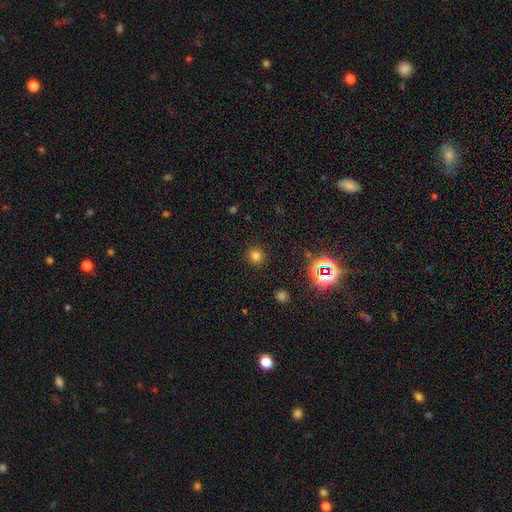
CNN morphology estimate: Smooth or featured?
  - smooth: 74% *
  - star or artifact: 20%
  - featured or disk: 6%
How rounded?
  - round: 93% *
  - in between: 6%
  - cigar-shaped: 1%
Merging?
  - none: 90% *
  - minor disturbance: 6%
  - major disturbance: 3%
  - merger: 1%